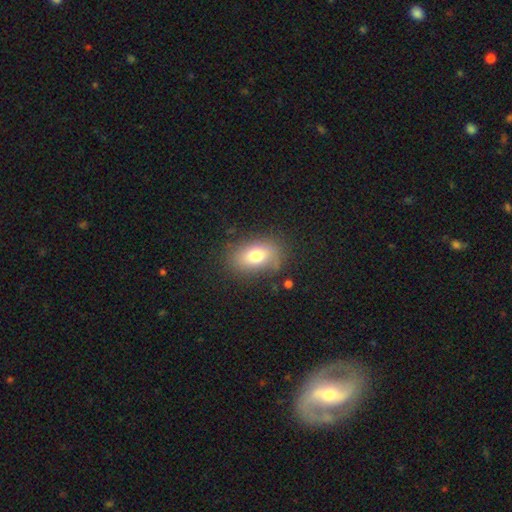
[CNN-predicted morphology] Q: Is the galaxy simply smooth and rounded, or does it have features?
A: smooth — 74%.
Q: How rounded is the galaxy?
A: in between — 83%.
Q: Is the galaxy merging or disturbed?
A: none — 75%.